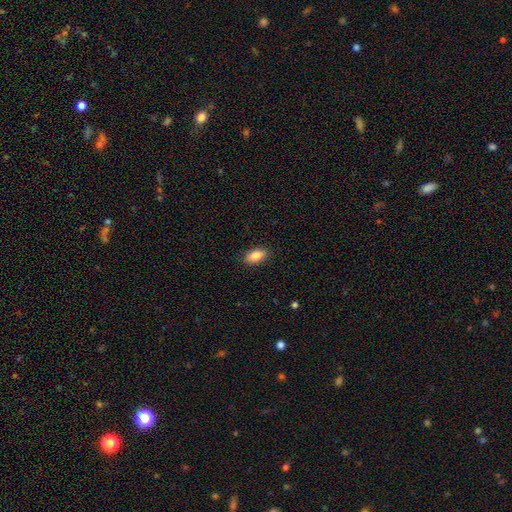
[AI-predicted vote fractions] Smooth or featured?
  - smooth: 85% *
  - featured or disk: 8%
  - star or artifact: 7%
How rounded?
  - in between: 88% *
  - cigar-shaped: 8%
  - round: 4%
Merging?
  - none: 88% *
  - minor disturbance: 9%
  - major disturbance: 2%
  - merger: 1%